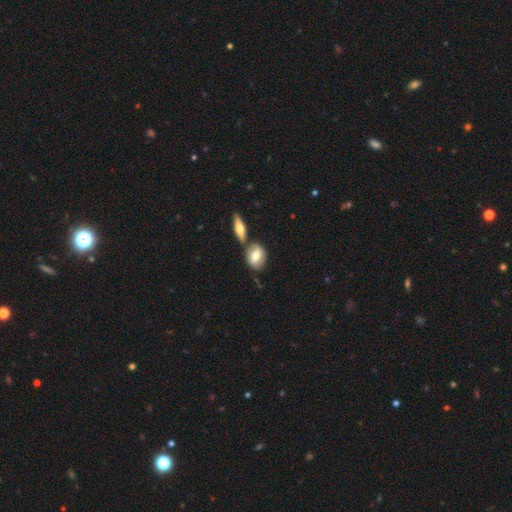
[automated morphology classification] A smooth galaxy with no disk features (62%) that is in between round and cigar-shaped (67%). Merging: none (59%).